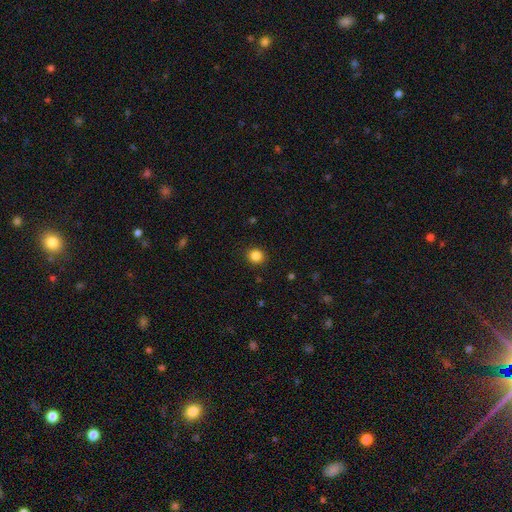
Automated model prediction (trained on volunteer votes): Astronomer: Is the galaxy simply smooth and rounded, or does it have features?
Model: smooth — 85%.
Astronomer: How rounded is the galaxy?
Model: round — 88%.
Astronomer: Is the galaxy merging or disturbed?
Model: none — 90%.